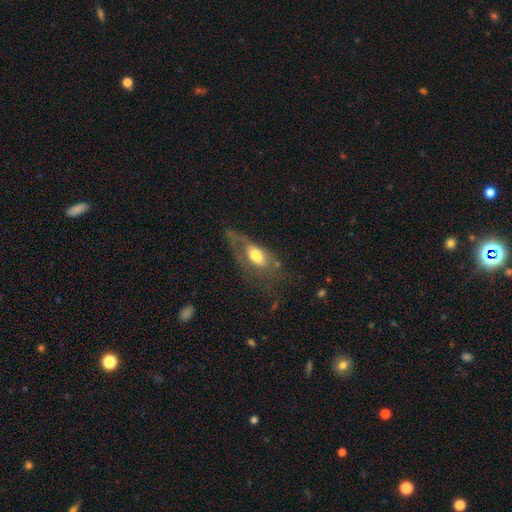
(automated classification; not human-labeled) This appears to be a smooth galaxy with no disk features (52%) that is in between round and cigar-shaped (83%). Merging: major disturbance (41%).